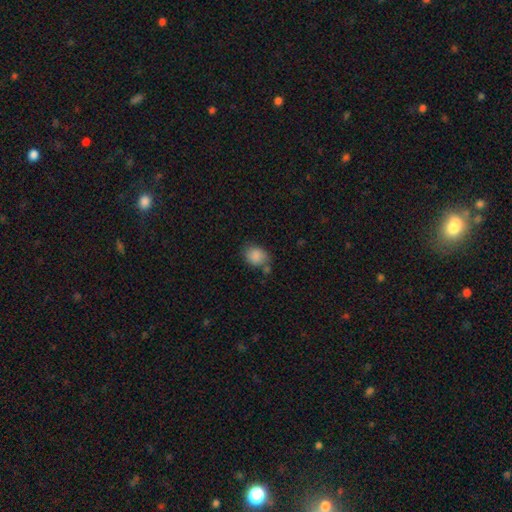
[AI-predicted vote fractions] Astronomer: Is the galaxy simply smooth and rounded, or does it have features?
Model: smooth — 86%.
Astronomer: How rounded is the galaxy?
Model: in between — 50% (runner-up: round, 49%).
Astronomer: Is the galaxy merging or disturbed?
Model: none — 60%.